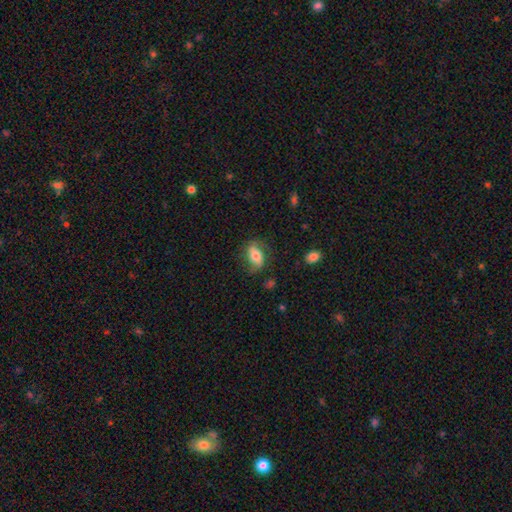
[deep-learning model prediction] A smooth galaxy with no disk features (55%) that is in between round and cigar-shaped (85%).

Vote fractions:
- Smooth or featured? smooth: 55% / featured or disk: 38% / star or artifact: 7%
- How rounded? in between: 85% / round: 8% / cigar-shaped: 7%
- Merging? none: 70% / minor disturbance: 20% / major disturbance: 9% / merger: 2%